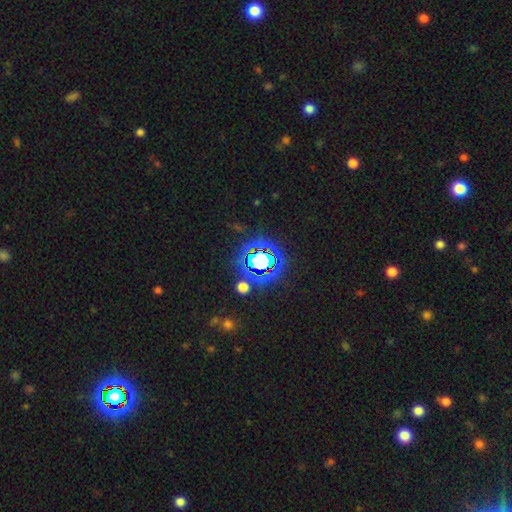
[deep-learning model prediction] Smooth or featured? Predicted: star or artifact (p=0.77).